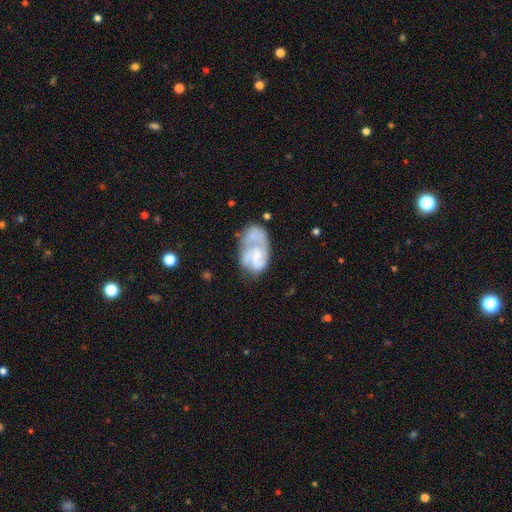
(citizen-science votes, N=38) Smooth or featured: featured or disk — 71% (smooth — 24%)
Edge-on disk: no — 96% (yes — 4%)
Bar: no — 69% (weak — 31%)
Spiral arms: yes — 62% (no — 38%)
Spiral winding: medium — 56% (loose — 25%)
Spiral arm count: 3 — 38% (can't tell — 31%)
Bulge size: none — 50% (small — 27%)
Merging: major disturbance — 47% (none — 19%)